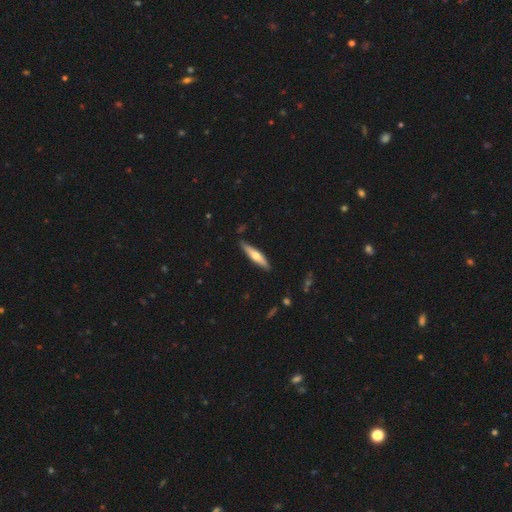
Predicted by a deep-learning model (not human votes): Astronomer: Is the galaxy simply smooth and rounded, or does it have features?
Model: smooth — 50% (runner-up: featured or disk, 45%).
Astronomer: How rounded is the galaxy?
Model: cigar-shaped — 83%.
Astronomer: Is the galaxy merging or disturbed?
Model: none — 86%.